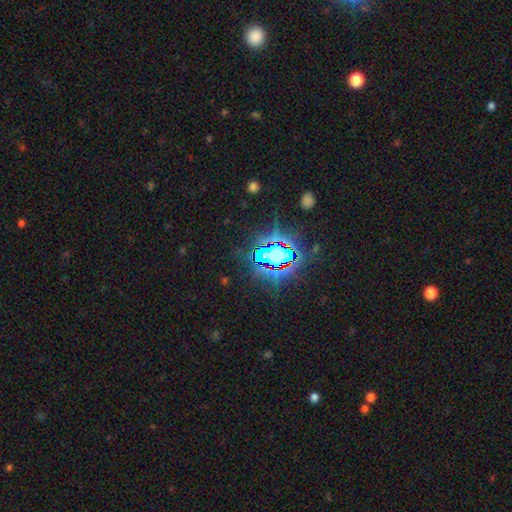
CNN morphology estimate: This appears to be a star or artifact, not a galaxy (77%).